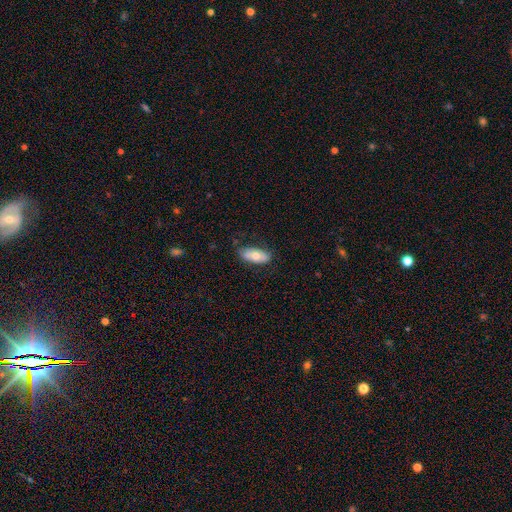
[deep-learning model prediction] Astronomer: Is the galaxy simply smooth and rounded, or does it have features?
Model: smooth — 65%.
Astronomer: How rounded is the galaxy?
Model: in between — 86%.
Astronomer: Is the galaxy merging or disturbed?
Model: none — 77%.